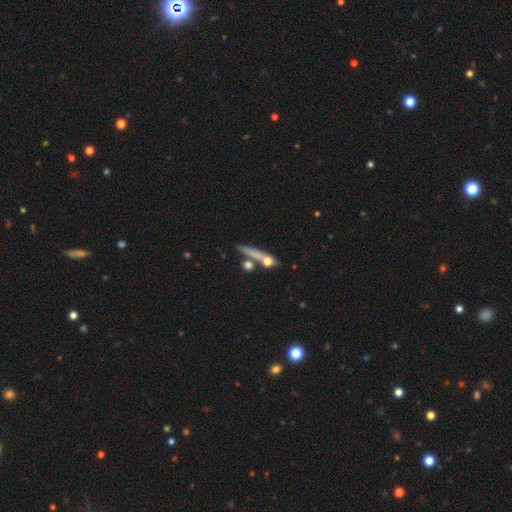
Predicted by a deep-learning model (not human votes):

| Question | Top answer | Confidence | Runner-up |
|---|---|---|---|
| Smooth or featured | smooth | 49% | featured or disk (37%) |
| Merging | none | 63% | merger (20%) |